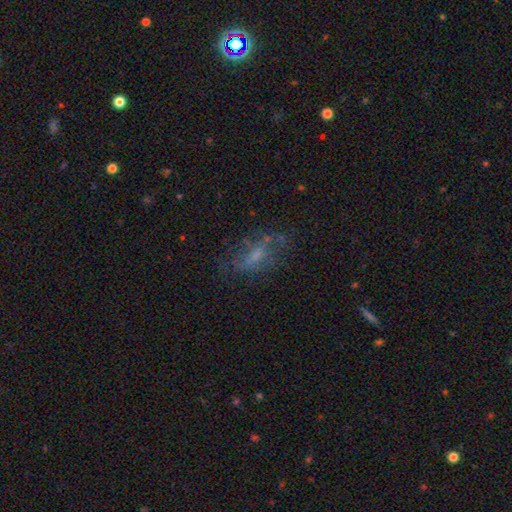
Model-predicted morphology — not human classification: smooth-or-featured: featured or disk: 45% | smooth: 40% | star or artifact: 15%
  merging: none: 51% | major disturbance: 23% | minor disturbance: 22% | merger: 4%